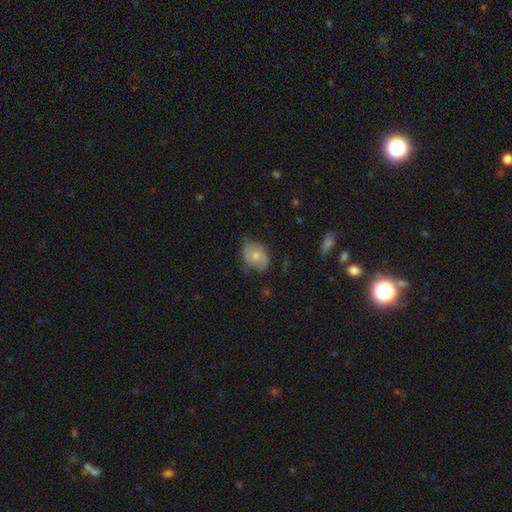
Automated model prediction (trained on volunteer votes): Q: Smooth or featured?
A: smooth (58%); runner-up: featured or disk (35%)
Q: How rounded?
A: in between (69%); runner-up: round (30%)
Q: Merging?
A: none (54%); runner-up: minor disturbance (34%)